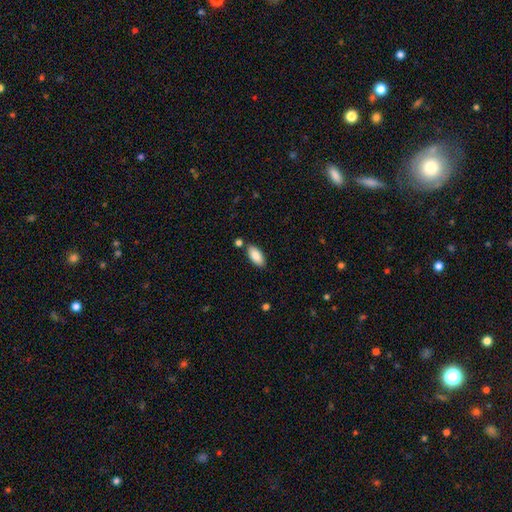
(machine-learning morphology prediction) Smooth or featured: smooth — 87% (featured or disk — 7%)
How rounded: in between — 90% (cigar-shaped — 8%)
Merging: none — 80% (minor disturbance — 11%)